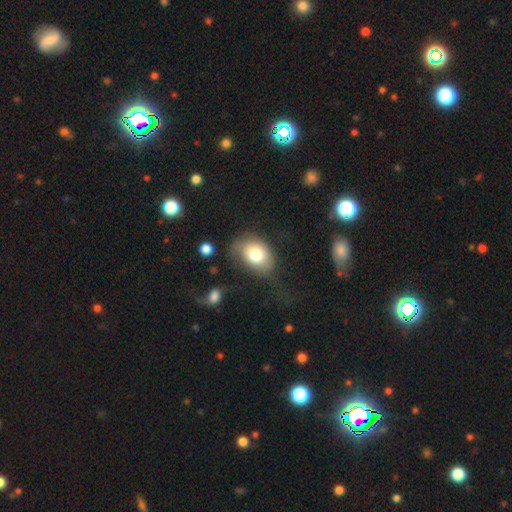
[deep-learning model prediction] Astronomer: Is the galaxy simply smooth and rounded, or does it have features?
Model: smooth — 75%.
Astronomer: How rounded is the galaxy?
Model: in between — 73%.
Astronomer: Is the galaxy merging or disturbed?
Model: none — 51%.